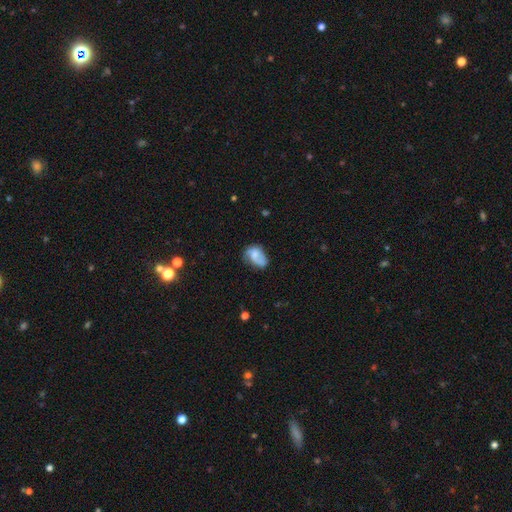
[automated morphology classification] Smooth or featured: smooth — 53% (featured or disk — 38%)
How rounded: in between — 78% (round — 21%)
Merging: none — 38% (minor disturbance — 36%)